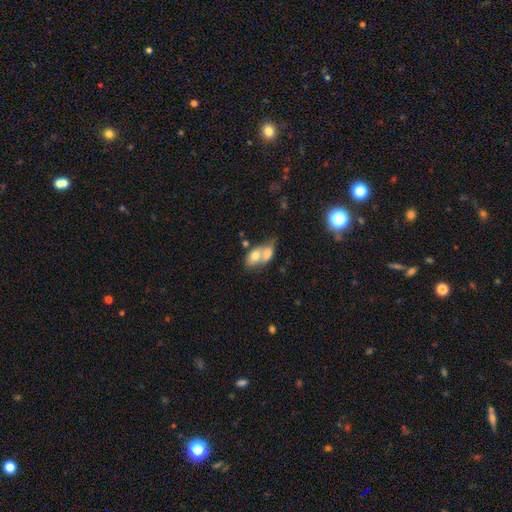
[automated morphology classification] Smooth or featured? smooth (71%)
How rounded? in between (80%)
Merging? merger (74%)